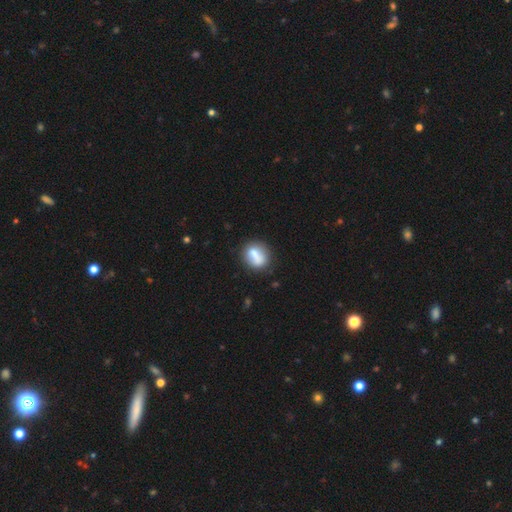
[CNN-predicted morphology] A smooth galaxy with no disk features (68%) that is round (56%).

Vote fractions:
- Smooth or featured? smooth: 68% / featured or disk: 23% / star or artifact: 8%
- How rounded? round: 56% / in between: 40% / cigar-shaped: 4%
- Merging? none: 61% / minor disturbance: 17% / merger: 16% / major disturbance: 6%